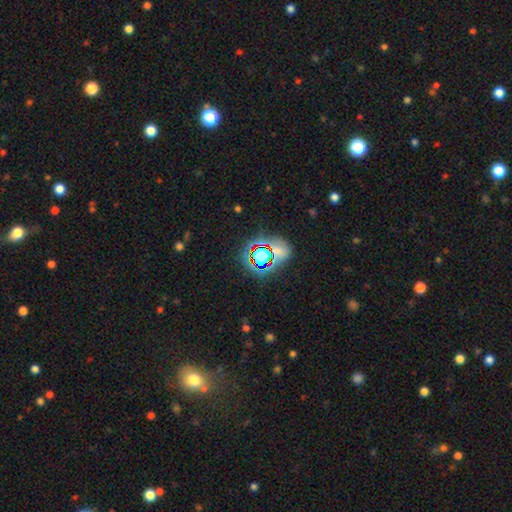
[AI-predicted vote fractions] Q: Smooth or featured?
A: star or artifact (65%); runner-up: smooth (23%)